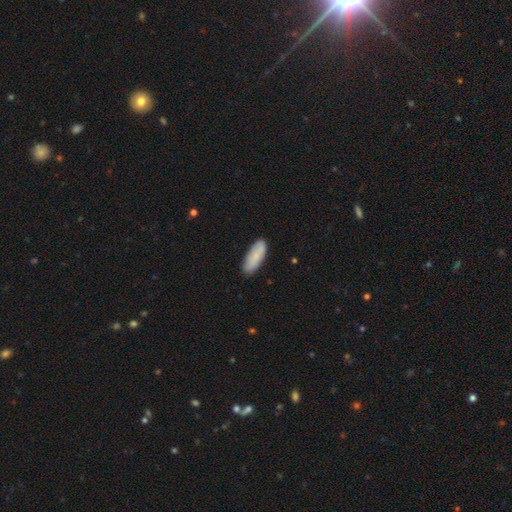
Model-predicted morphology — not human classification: smooth_or_featured: smooth (p=0.81) [alt: featured or disk p=0.13]
how_rounded: in between (p=0.71) [alt: cigar-shaped p=0.27]
merging: none (p=0.83) [alt: minor disturbance p=0.13]